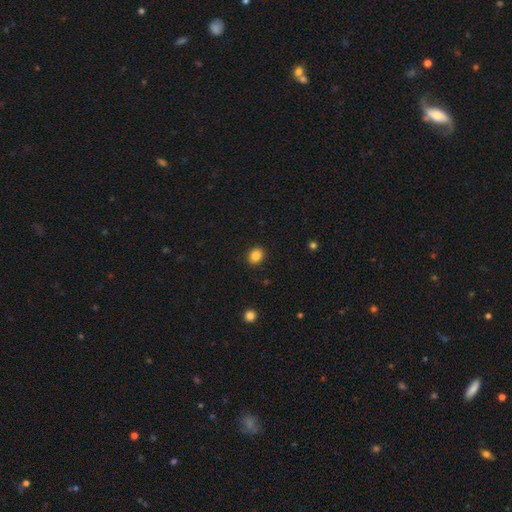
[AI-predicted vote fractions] The model was most divided on "how rounded": round: 59%, in between: 40%, cigar-shaped: 1%. More confident: merging — none (91%); smooth or featured — smooth (86%).